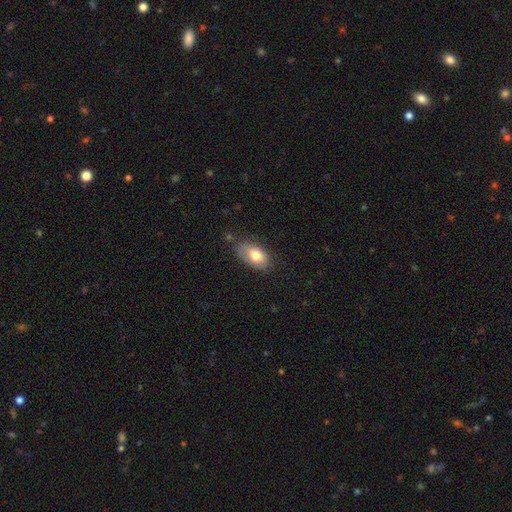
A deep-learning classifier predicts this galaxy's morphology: Smooth or featured: smooth — 75% (featured or disk — 17%)
How rounded: in between — 90% (round — 8%)
Merging: none — 67% (minor disturbance — 24%)